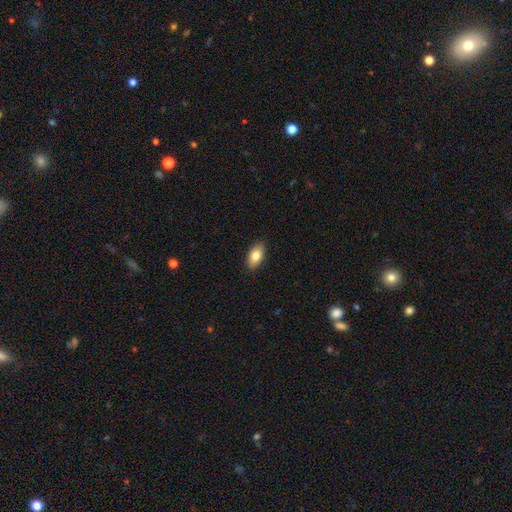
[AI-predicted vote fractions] Morphology: type=smooth (81%); roundness=in between (92%); merging=none (89%).